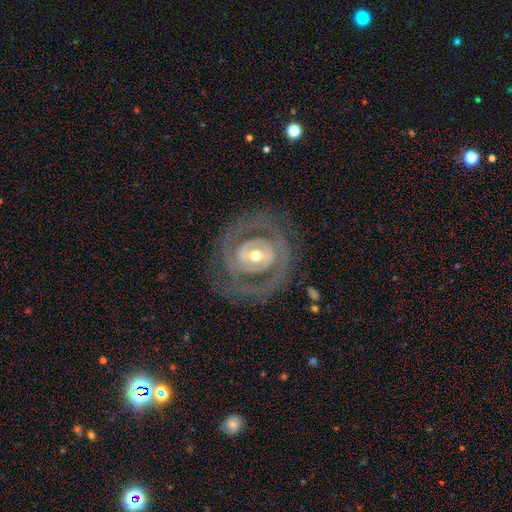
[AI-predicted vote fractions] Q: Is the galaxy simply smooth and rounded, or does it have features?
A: featured or disk — 84%.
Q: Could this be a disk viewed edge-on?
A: no — 96%.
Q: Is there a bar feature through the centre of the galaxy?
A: no — 41%.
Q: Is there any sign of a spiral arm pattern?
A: yes — 74%.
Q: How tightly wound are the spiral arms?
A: tight — 66%.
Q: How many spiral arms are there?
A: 2 — 54%.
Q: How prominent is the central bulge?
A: moderate — 59%.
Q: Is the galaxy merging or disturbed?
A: none — 75%.